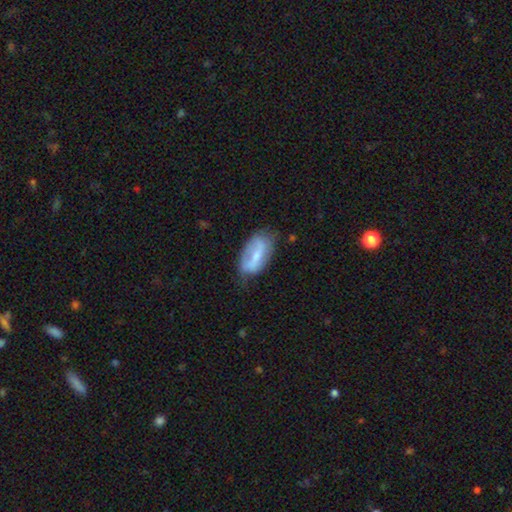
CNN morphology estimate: Smooth or featured? Predicted: featured or disk (p=0.47, tied with smooth). Merging? Predicted: none (p=0.56).